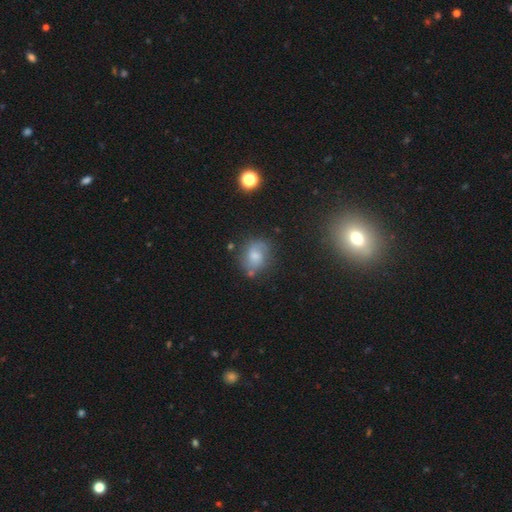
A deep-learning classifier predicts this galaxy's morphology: Smooth or featured? Predicted: smooth (p=0.48). Merging? Predicted: none (p=0.65).